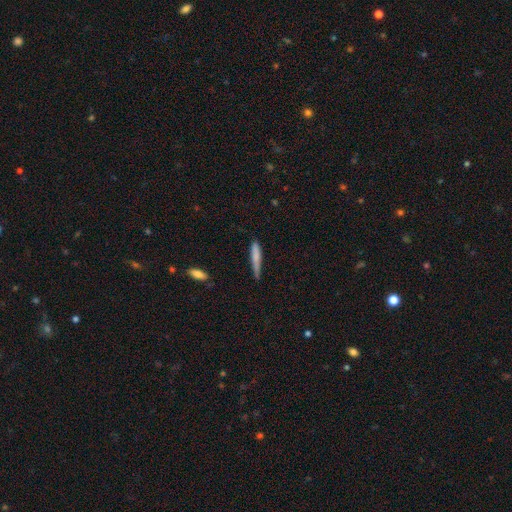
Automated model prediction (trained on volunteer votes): The model was most divided on "merging": none: 59%, minor disturbance: 33%, major disturbance: 6%, merger: 2%. More confident: how rounded — cigar-shaped (91%); smooth or featured — smooth (76%).